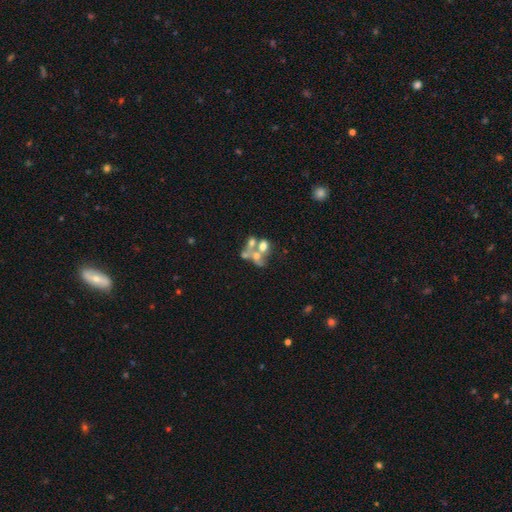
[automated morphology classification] A featured or disk galaxy (44%). Merging: merger (57%).